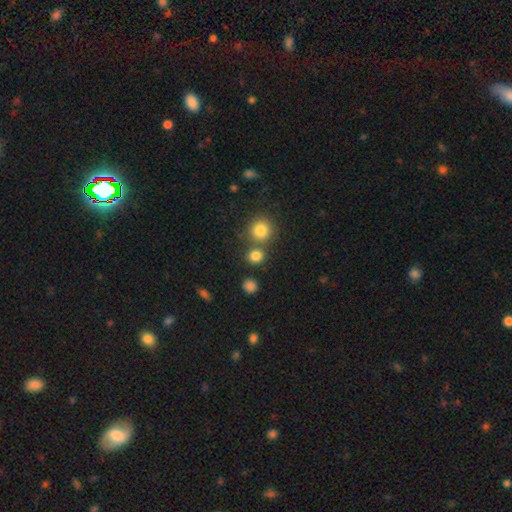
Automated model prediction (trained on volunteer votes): Smooth or featured? Predicted: smooth (p=0.81). How rounded? Predicted: round (p=0.86). Merging? Predicted: none (p=0.68).